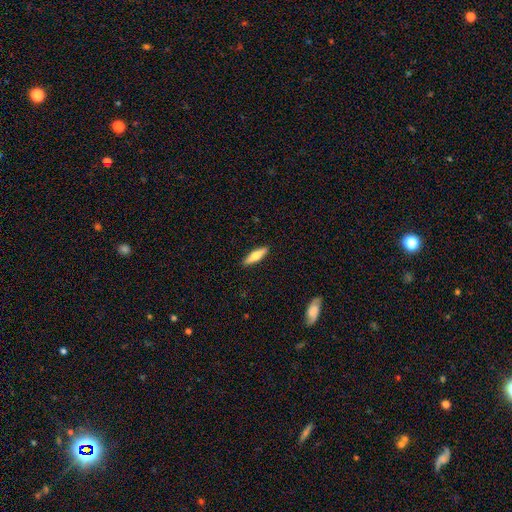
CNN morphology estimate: Overall: smooth (59%; featured or disk 35%). How rounded: cigar-shaped (64%; in between 34%). Merging: none (90%).